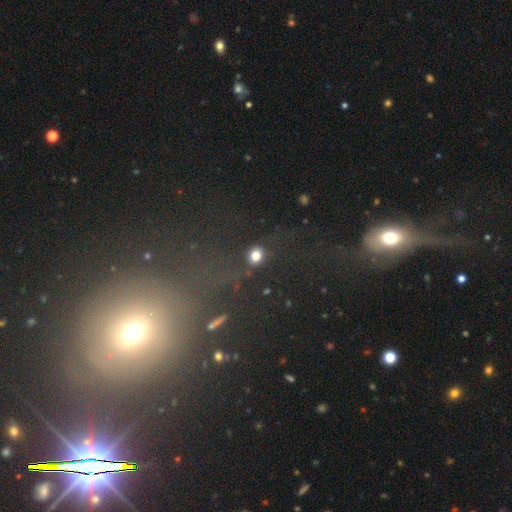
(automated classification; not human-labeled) This appears to be a smooth galaxy with no disk features (78%) that is round (74%). Merging: none (81%).